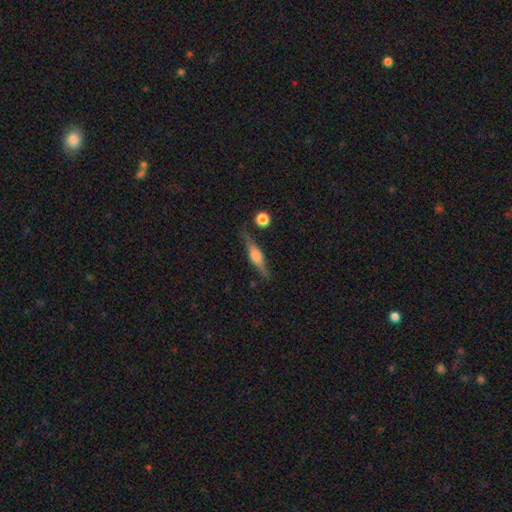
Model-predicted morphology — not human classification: Q: Smooth or featured?
A: featured or disk (67%); runner-up: smooth (25%)
Q: Edge-on disk?
A: yes (96%); runner-up: no (4%)
Q: Edge-on bulge?
A: rounded (75%); runner-up: boxy (21%)
Q: Merging?
A: none (79%); runner-up: minor disturbance (14%)